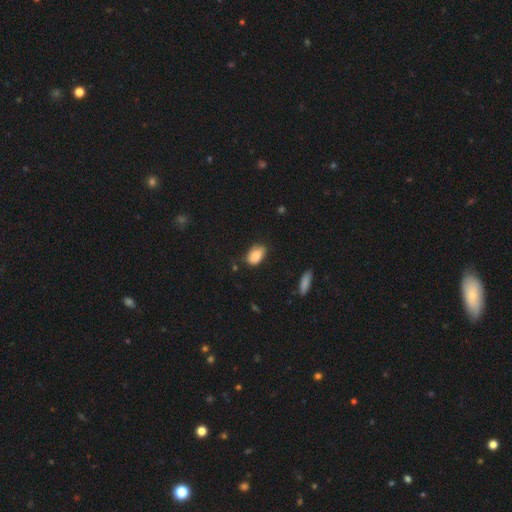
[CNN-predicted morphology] smooth-or-featured: smooth: 85% | featured or disk: 8% | star or artifact: 7%
  how-rounded: in between: 88% | round: 10% | cigar-shaped: 1%
  merging: none: 70% | minor disturbance: 24% | major disturbance: 4% | merger: 2%